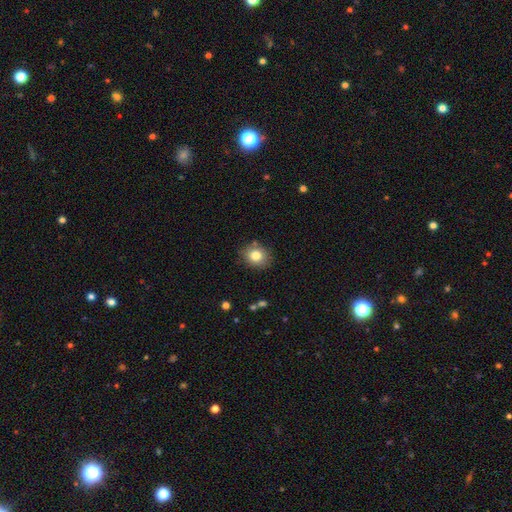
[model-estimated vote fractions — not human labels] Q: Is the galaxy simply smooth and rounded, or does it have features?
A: smooth — 81%.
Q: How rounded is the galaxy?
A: round — 70%.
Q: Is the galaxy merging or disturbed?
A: none — 84%.